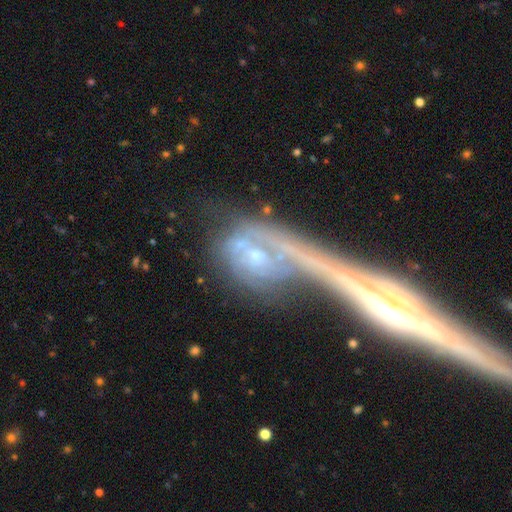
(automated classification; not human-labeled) A featured or disk galaxy (62%).

Vote fractions:
- Smooth or featured? featured or disk: 62% / smooth: 22% / star or artifact: 16%
- Edge-on disk? no: 65% / yes: 35%
- Merging? merger: 38% / major disturbance: 24% / none: 24% / minor disturbance: 14%